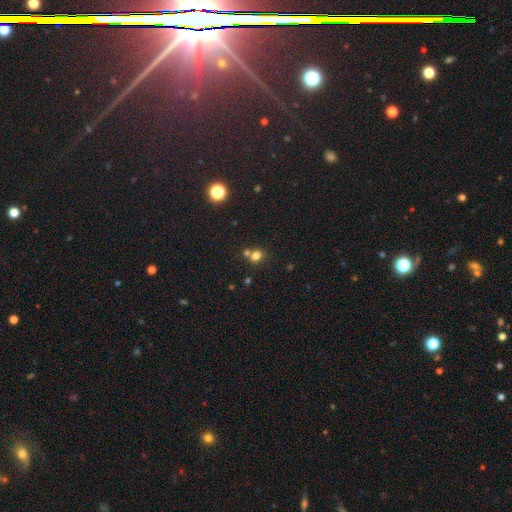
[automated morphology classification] A smooth galaxy with no disk features (75%) that is round (68%). Merging: none (54%).